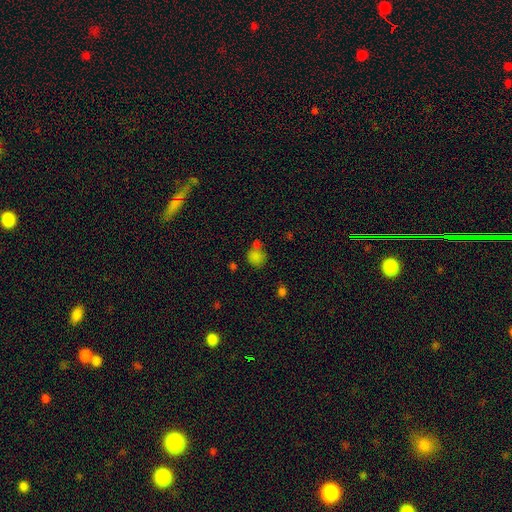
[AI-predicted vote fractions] This is likely a smooth galaxy (79%). How rounded: likely round (78%). Merging: possibly none (50%).